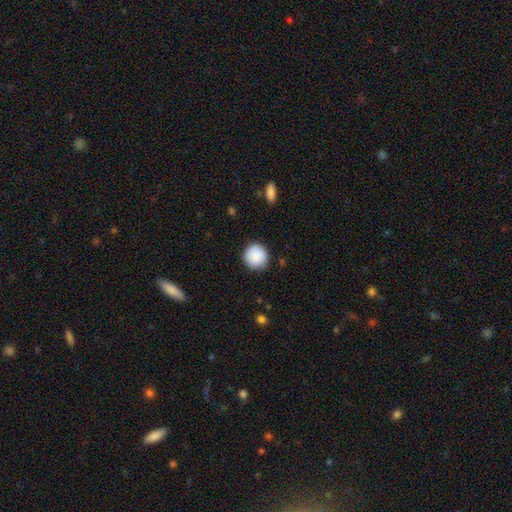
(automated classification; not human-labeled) This is clearly a smooth galaxy (89%). How rounded: clearly round (94%). Merging: clearly none (87%).